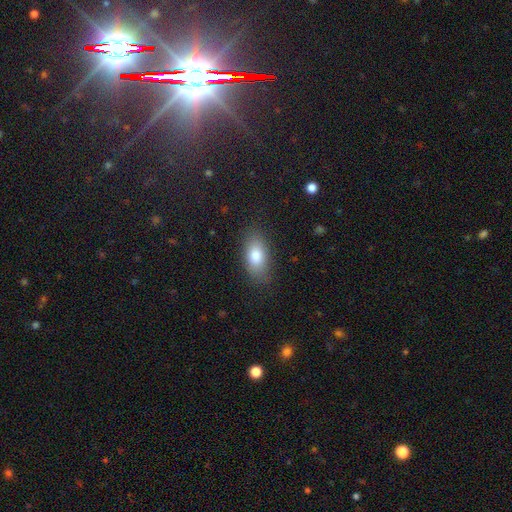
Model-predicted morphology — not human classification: smooth_or_featured: smooth (p=0.80) [alt: featured or disk p=0.12]
how_rounded: in between (p=0.89) [alt: cigar-shaped p=0.06]
merging: none (p=0.83) [alt: minor disturbance p=0.12]